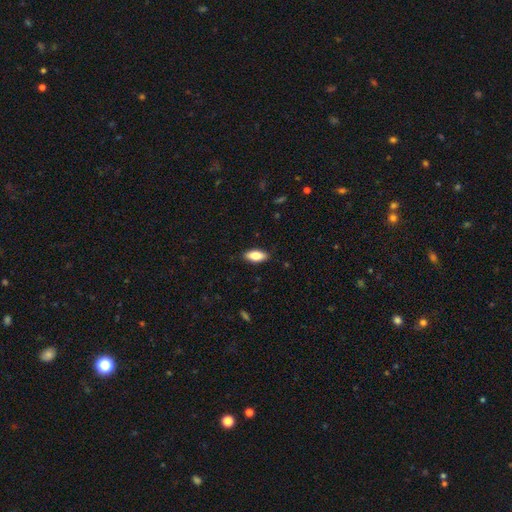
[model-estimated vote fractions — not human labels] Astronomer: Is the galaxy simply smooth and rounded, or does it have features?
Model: smooth — 79%.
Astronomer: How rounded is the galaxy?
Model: in between — 84%.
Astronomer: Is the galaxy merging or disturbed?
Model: none — 87%.